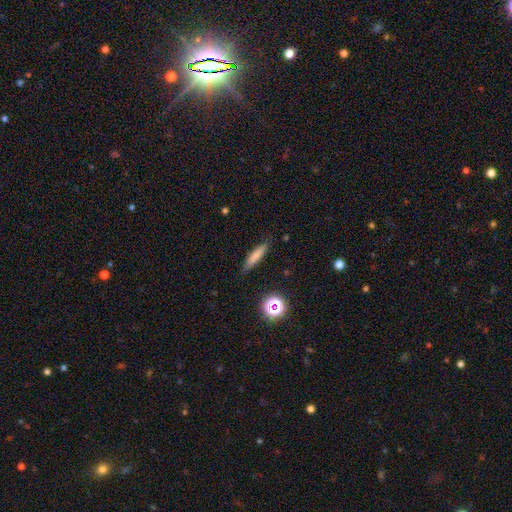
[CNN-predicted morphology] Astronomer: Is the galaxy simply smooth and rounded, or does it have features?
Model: smooth — 74%.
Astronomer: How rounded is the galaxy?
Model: cigar-shaped — 83%.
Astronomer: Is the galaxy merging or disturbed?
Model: none — 85%.